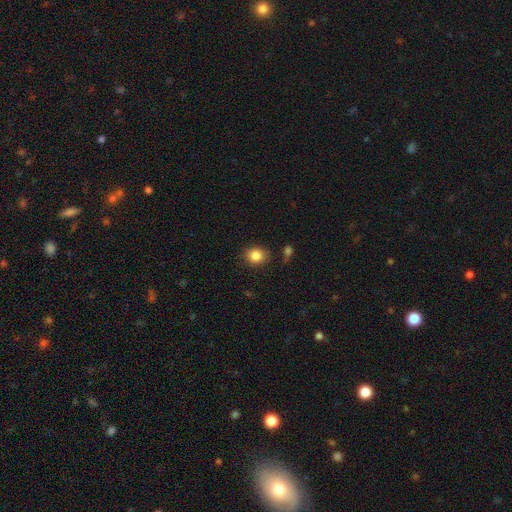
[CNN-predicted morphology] type=smooth (86%); roundness=round (65%); merging=none (82%).